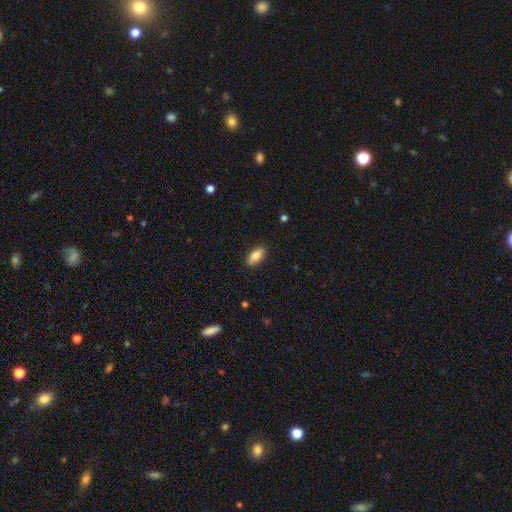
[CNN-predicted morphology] smooth_or_featured: smooth (p=0.83) [alt: featured or disk p=0.10]
how_rounded: in between (p=0.86) [alt: cigar-shaped p=0.11]
merging: none (p=0.88) [alt: minor disturbance p=0.09]